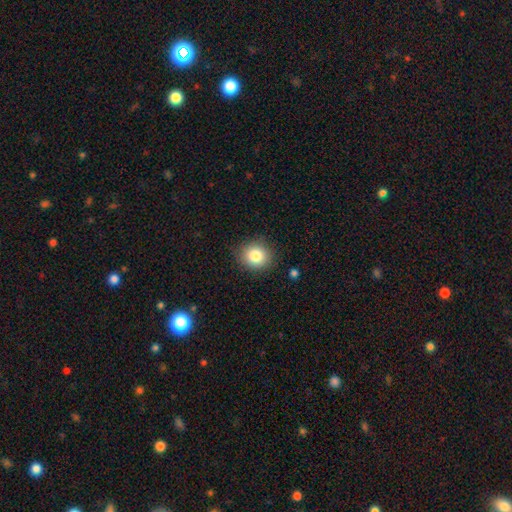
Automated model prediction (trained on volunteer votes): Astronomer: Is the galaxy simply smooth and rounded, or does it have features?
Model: smooth — 83%.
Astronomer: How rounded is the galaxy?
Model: round — 83%.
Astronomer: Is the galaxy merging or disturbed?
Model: none — 88%.